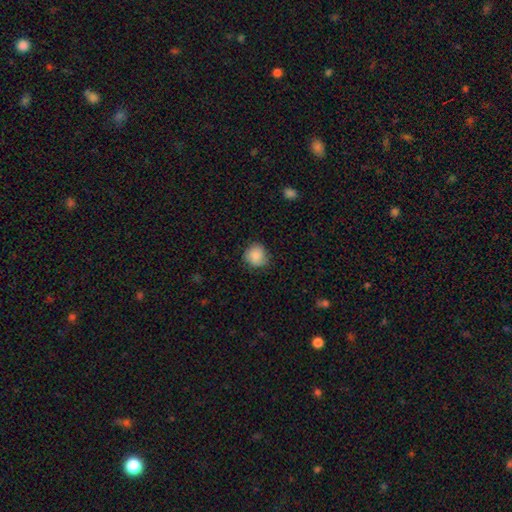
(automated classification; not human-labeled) This appears to be a smooth galaxy with no disk features (86%) that is round (88%). Merging: none (79%).